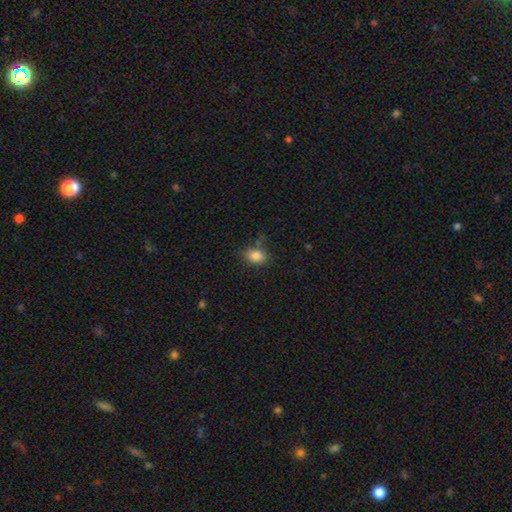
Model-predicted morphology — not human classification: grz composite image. It shows a smooth galaxy with no disk features (84%) that is in between round and cigar-shaped (74%). Merging: none (71%).